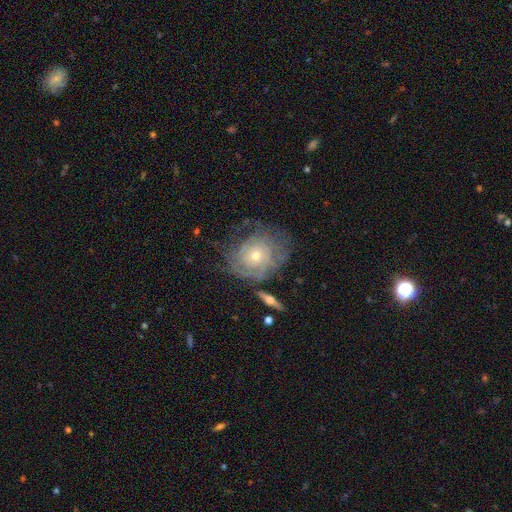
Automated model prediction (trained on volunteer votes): smooth_or_featured: featured or disk (p=0.75) [alt: smooth p=0.17]
disk_edge_on: no (p=0.96) [alt: yes p=0.04]
bar: no (p=0.81) [alt: weak p=0.16]
has_spiral_arms: yes (p=0.86) [alt: no p=0.14]
spiral_winding: tight (p=0.74) [alt: medium p=0.20]
spiral_arm_count: can't tell (p=0.54) [alt: 2 p=0.15]
bulge_size: small (p=0.57) [alt: moderate p=0.39]
merging: none (p=0.62) [alt: minor disturbance p=0.20]